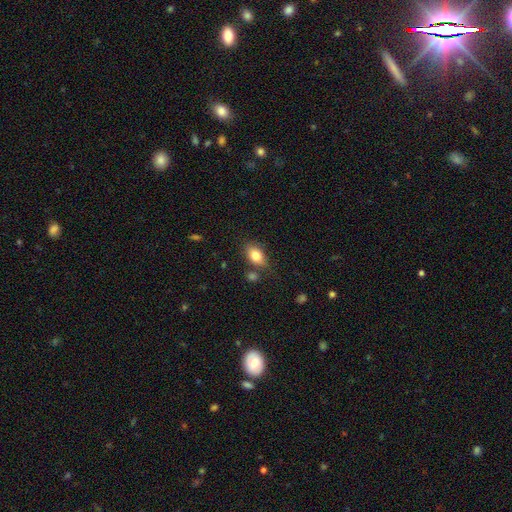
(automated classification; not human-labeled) A smooth galaxy with no disk features (82%) that is in between round and cigar-shaped (83%). Merging: none (70%).